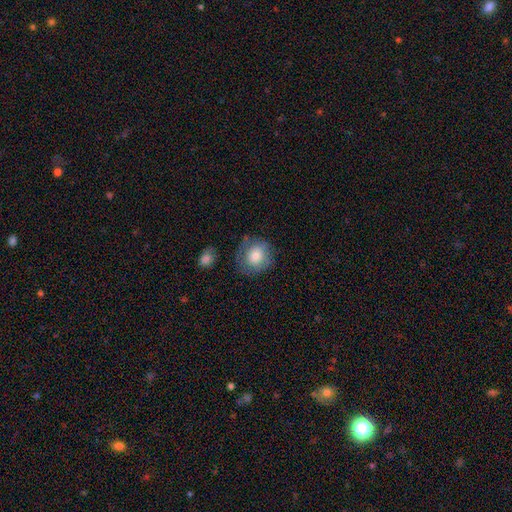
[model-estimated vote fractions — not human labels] smooth-or-featured: smooth: 70% | featured or disk: 22% | star or artifact: 8%
  how-rounded: round: 79% | in between: 20% | cigar-shaped: 1%
  merging: none: 66% | minor disturbance: 22% | major disturbance: 9% | merger: 3%